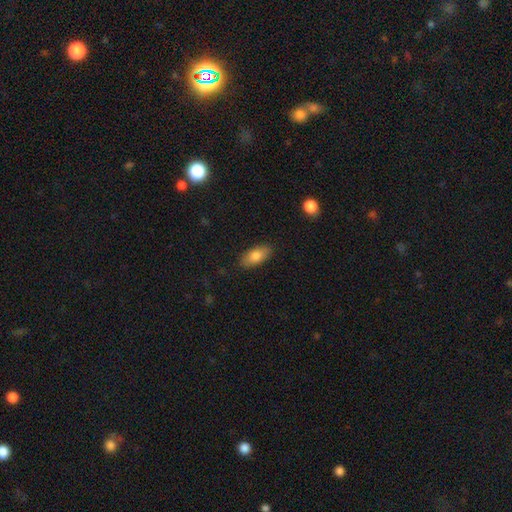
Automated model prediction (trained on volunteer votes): A smooth galaxy with no disk features (81%) that is in between round and cigar-shaped (88%). Merging: none (86%).